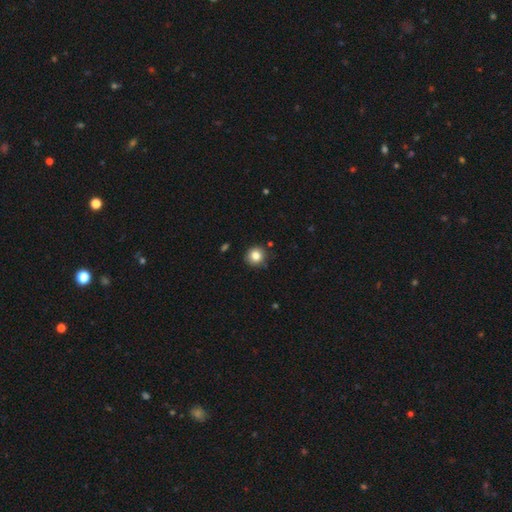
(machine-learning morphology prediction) This appears to be a smooth galaxy with no disk features (83%) that is round (93%). Merging: none (88%).